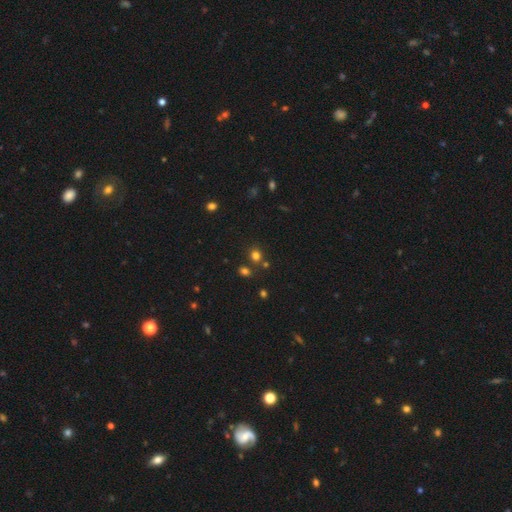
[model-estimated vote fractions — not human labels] This appears to be a smooth galaxy with no disk features (71%) that is round (72%). Merging: none (73%).